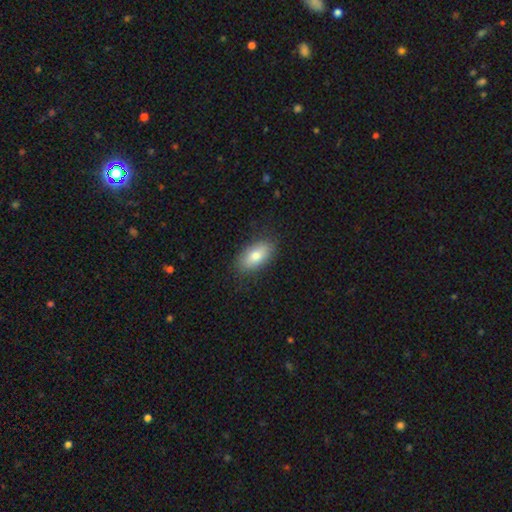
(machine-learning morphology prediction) This appears to be a smooth galaxy with no disk features (78%) that is in between round and cigar-shaped (91%). Merging: none (86%).